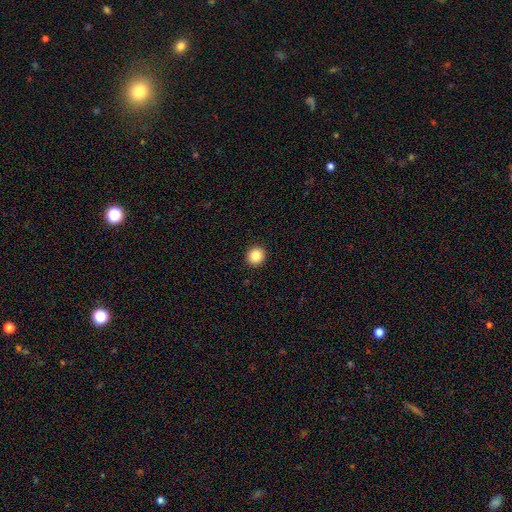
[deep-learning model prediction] Smooth or featured: smooth — 86% (star or artifact — 10%)
How rounded: round — 91% (in between — 8%)
Merging: none — 93% (minor disturbance — 4%)